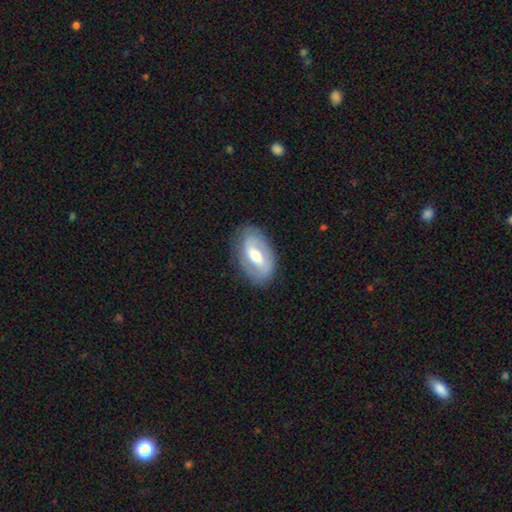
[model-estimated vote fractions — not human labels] Smooth or featured? Predicted: featured or disk (p=0.64). Edge-on disk? Predicted: no (p=0.92). Bar? Predicted: weak (p=0.42). Spiral arms? Predicted: yes (p=0.66). Bulge size? Predicted: moderate (p=0.67). Merging? Predicted: none (p=0.79).